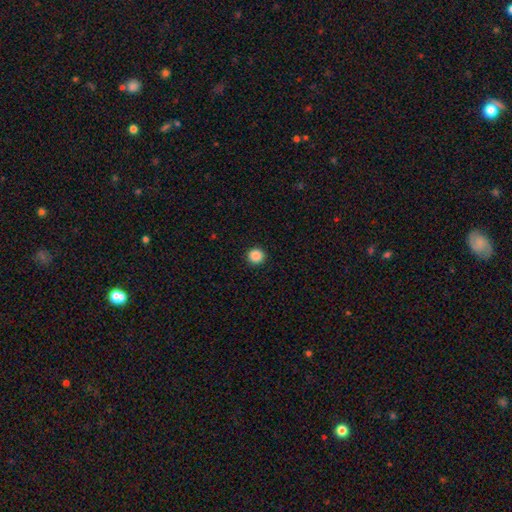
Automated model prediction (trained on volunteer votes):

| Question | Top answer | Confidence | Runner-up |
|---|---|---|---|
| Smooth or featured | smooth | 88% | star or artifact (10%) |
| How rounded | round | 95% | in between (4%) |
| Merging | none | 93% | minor disturbance (4%) |